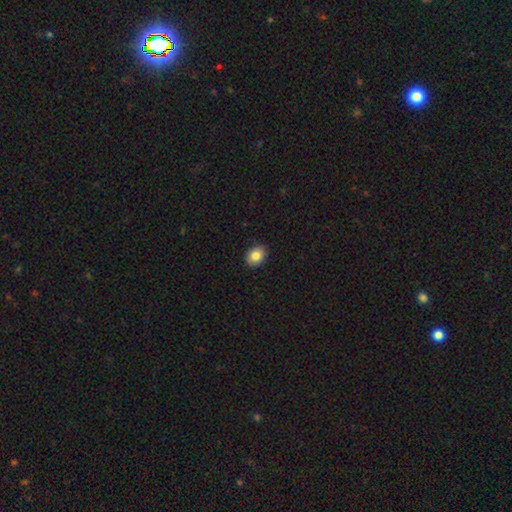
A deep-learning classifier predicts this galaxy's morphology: Overall: smooth (84%). How rounded: in between (55%; round 44%). Merging: none (91%).